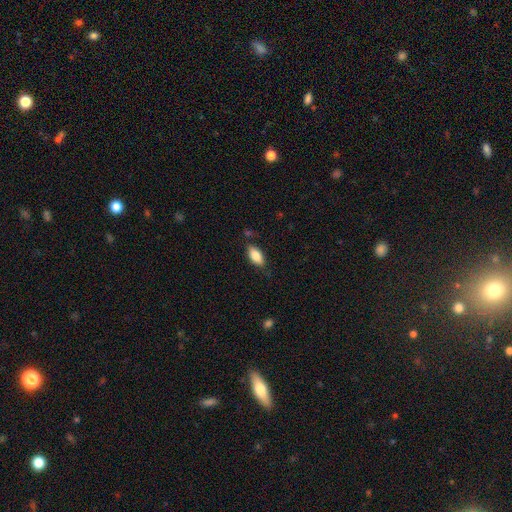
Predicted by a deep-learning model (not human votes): smooth_or_featured: smooth (p=0.83) [alt: featured or disk p=0.11]
how_rounded: in between (p=0.88) [alt: cigar-shaped p=0.09]
merging: none (p=0.79) [alt: minor disturbance p=0.16]